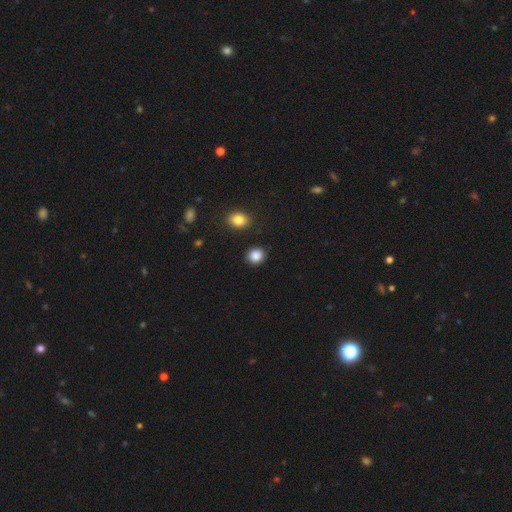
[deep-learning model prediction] Smooth or featured? Predicted: smooth (p=0.87). How rounded? Predicted: round (p=0.83). Merging? Predicted: none (p=0.89).